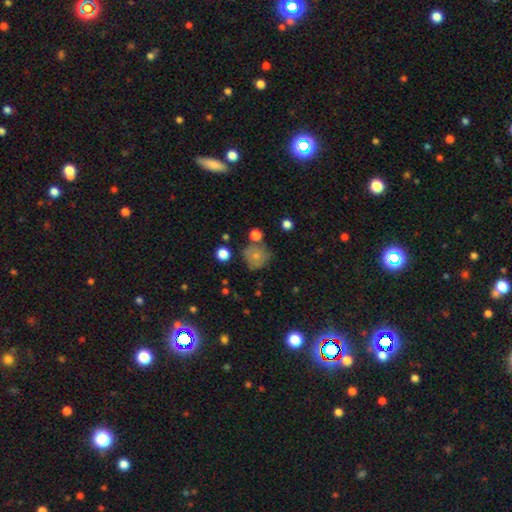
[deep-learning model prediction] This appears to be a smooth galaxy with no disk features (65%) that is round (84%). Merging: none (57%).